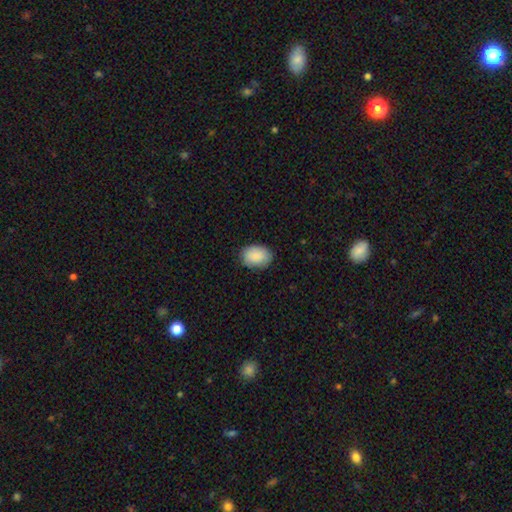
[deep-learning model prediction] The model was most divided on "how rounded": in between: 74%, round: 25%, cigar-shaped: 1%. More confident: smooth or featured — smooth (89%); merging — none (83%).